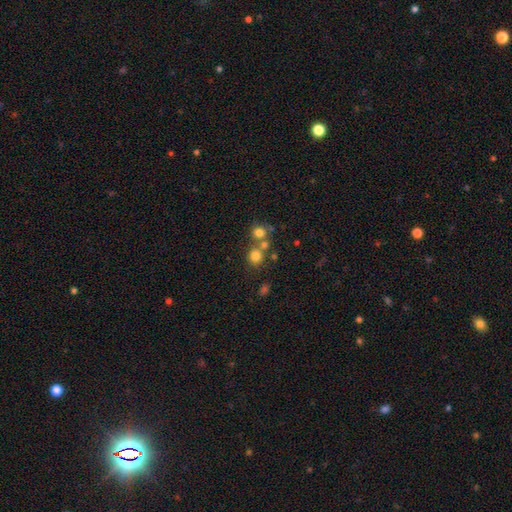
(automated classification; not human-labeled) A smooth galaxy with no disk features (75%) that is round (84%).

Vote fractions:
- Smooth or featured? smooth: 75% / star or artifact: 15% / featured or disk: 9%
- How rounded? round: 84% / in between: 15% / cigar-shaped: 1%
- Merging? none: 57% / merger: 31% / minor disturbance: 8% / major disturbance: 4%